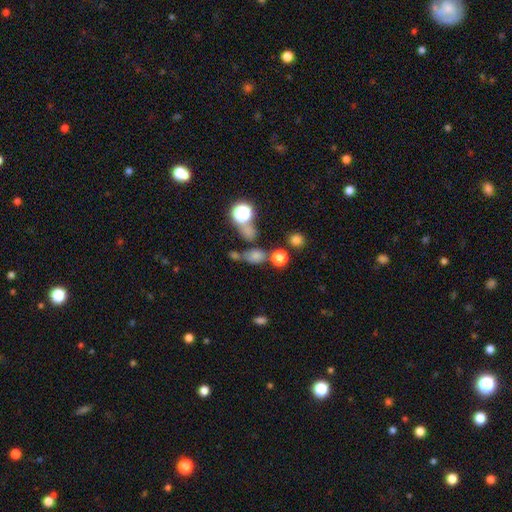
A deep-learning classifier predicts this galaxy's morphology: This is likely a smooth galaxy (64%). How rounded: possibly in between (55%). Merging: marginally none (45%).